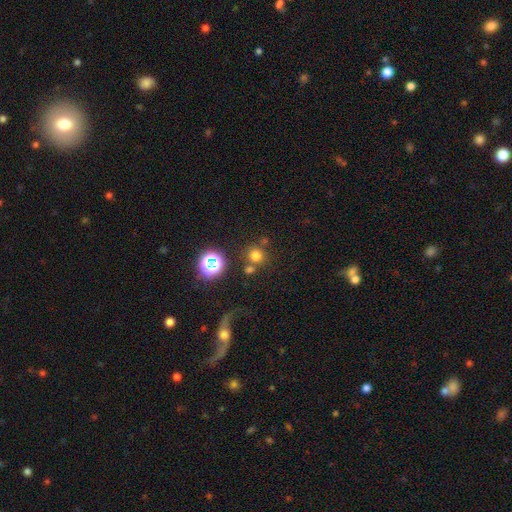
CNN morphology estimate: Smooth or featured? Predicted: smooth (p=0.69). How rounded? Predicted: round (p=0.91). Merging? Predicted: none (p=0.69).